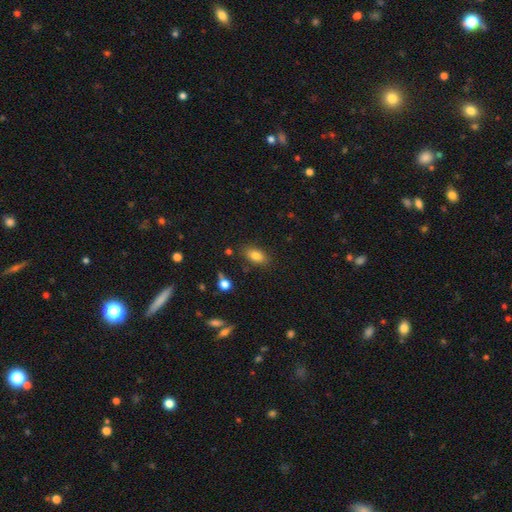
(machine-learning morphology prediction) Q: Smooth or featured?
A: smooth (80%); runner-up: featured or disk (10%)
Q: How rounded?
A: in between (86%); runner-up: round (9%)
Q: Merging?
A: none (83%); runner-up: minor disturbance (12%)